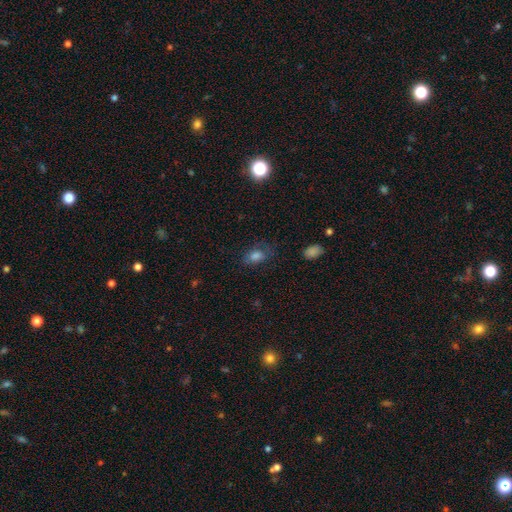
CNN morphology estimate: type=smooth (71%); roundness=in between (79%); merging=none (64%).